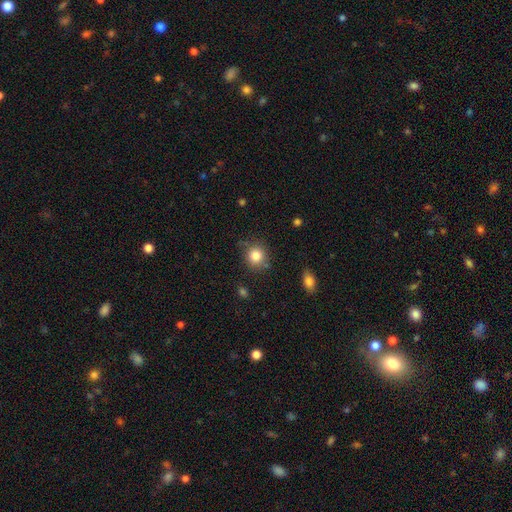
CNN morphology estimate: A smooth galaxy with no disk features (83%) that is round (88%).

Vote fractions:
- Smooth or featured? smooth: 83% / star or artifact: 10% / featured or disk: 6%
- How rounded? round: 88% / in between: 11% / cigar-shaped: 1%
- Merging? none: 80% / minor disturbance: 12% / merger: 4% / major disturbance: 4%